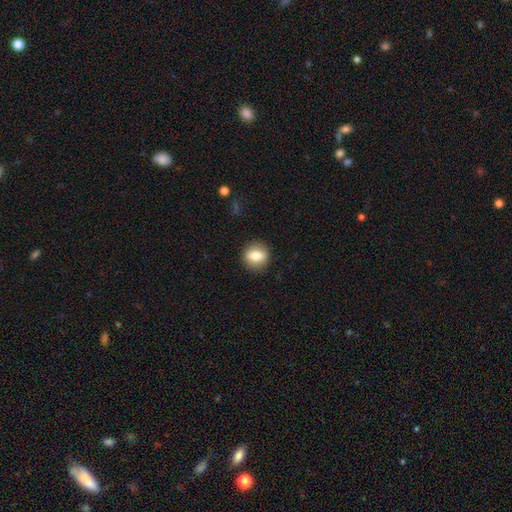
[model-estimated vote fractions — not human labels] A smooth galaxy with no disk features (74%) that is round (70%). Merging: none (89%).